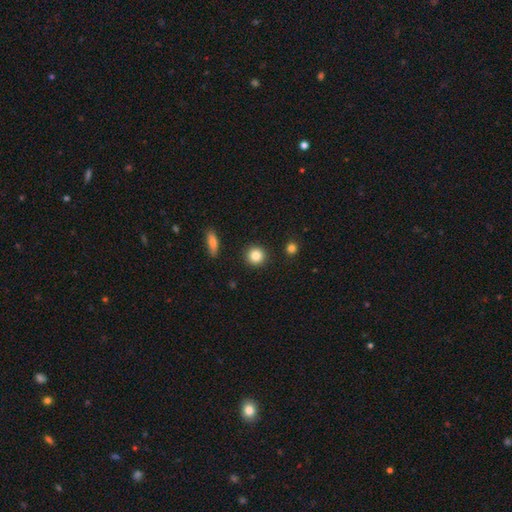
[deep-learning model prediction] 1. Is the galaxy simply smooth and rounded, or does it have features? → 85% smooth, 9% star or artifact, 6% featured or disk.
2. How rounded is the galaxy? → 93% round, 6% in between, 1% cigar-shaped.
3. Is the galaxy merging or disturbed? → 92% none, 5% minor disturbance, 2% major disturbance, 2% merger.